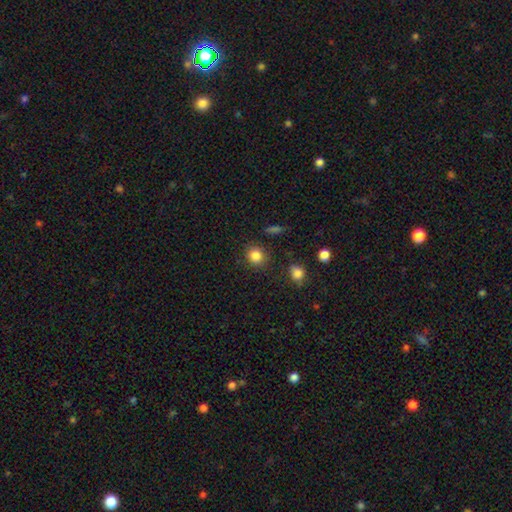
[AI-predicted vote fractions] The model was most divided on "how rounded": round: 80%, in between: 19%, cigar-shaped: 1%. More confident: smooth or featured — smooth (85%); merging — none (84%).